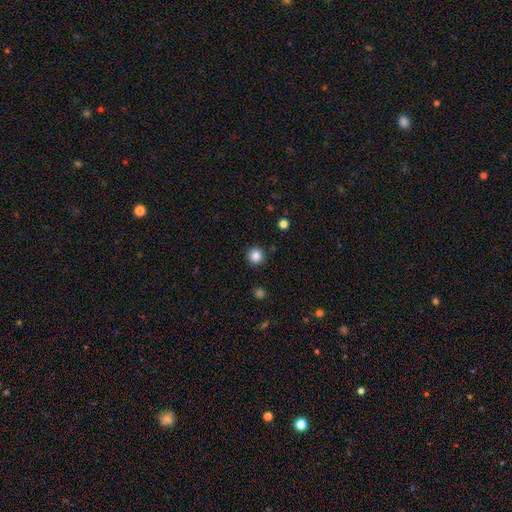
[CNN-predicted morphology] This appears to be a smooth galaxy with no disk features (85%) that is round (95%). Merging: none (92%).